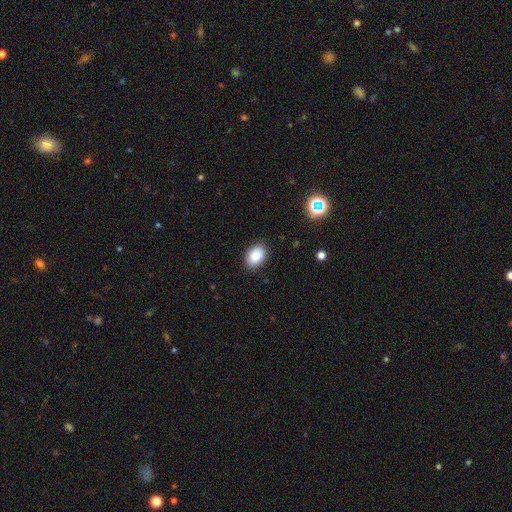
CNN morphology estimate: Smooth or featured?
  - smooth: 88% *
  - star or artifact: 8%
  - featured or disk: 4%
How rounded?
  - in between: 85% *
  - round: 14%
  - cigar-shaped: 1%
Merging?
  - none: 87% *
  - minor disturbance: 10%
  - major disturbance: 2%
  - merger: 1%